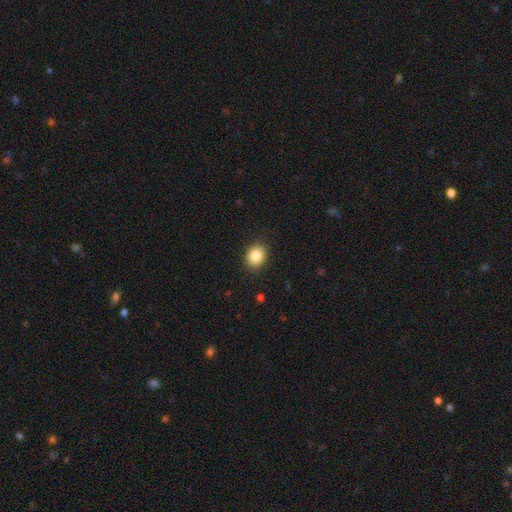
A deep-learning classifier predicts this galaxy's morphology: Smooth or featured?
  - smooth: 86% *
  - star or artifact: 9%
  - featured or disk: 5%
How rounded?
  - in between: 51% *
  - round: 48%
  - cigar-shaped: 1%
Merging?
  - none: 89% *
  - minor disturbance: 8%
  - major disturbance: 2%
  - merger: 1%